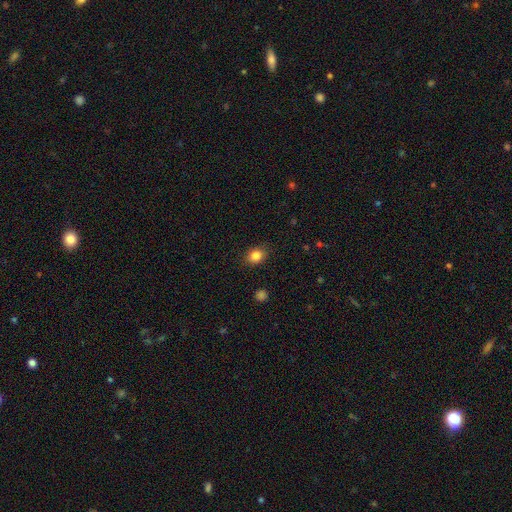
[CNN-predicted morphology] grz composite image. It shows a smooth galaxy with no disk features (85%) that is in between round and cigar-shaped (58%). Merging: none (87%).